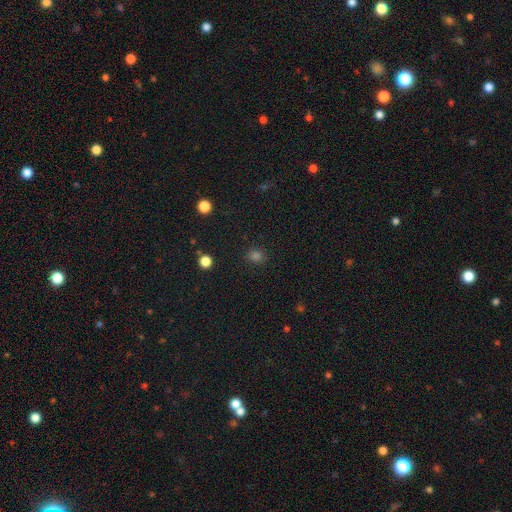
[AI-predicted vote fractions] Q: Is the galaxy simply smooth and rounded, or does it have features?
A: smooth — 77%.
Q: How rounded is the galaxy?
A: round — 78%.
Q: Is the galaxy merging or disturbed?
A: none — 89%.